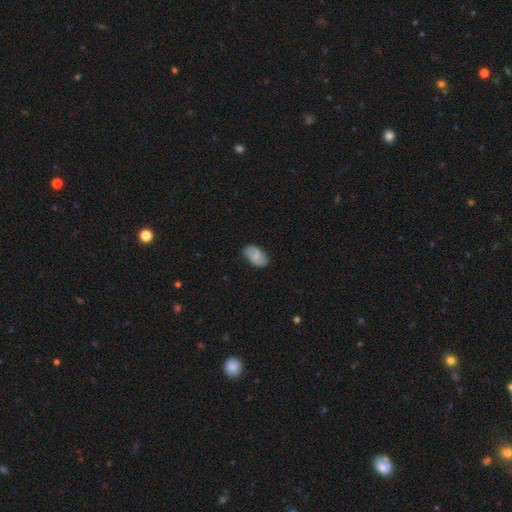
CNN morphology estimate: Smooth or featured: smooth — 57% (featured or disk — 35%)
How rounded: in between — 92% (round — 6%)
Merging: none — 75% (minor disturbance — 19%)